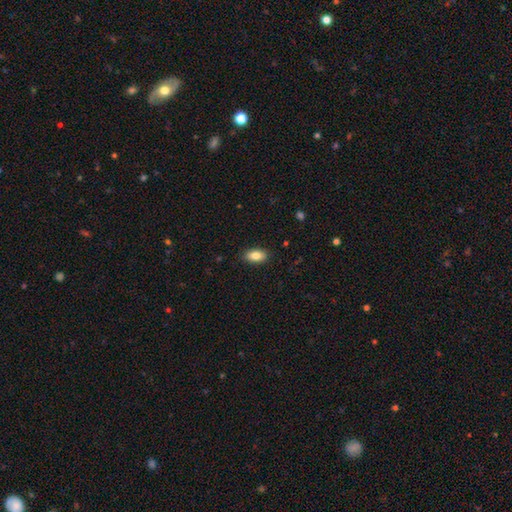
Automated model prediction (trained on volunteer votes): Smooth or featured? Predicted: smooth (p=0.84). How rounded? Predicted: in between (p=0.91). Merging? Predicted: none (p=0.87).